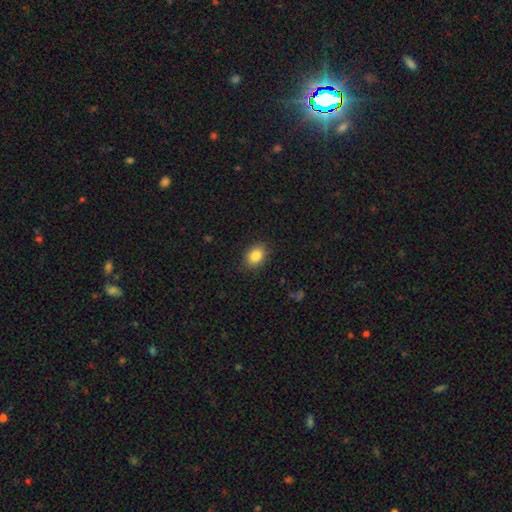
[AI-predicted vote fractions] smooth 86%, star or artifact 9%, featured or disk 5%. Down the decision tree: how rounded — in between (69%); merging — none (88%).